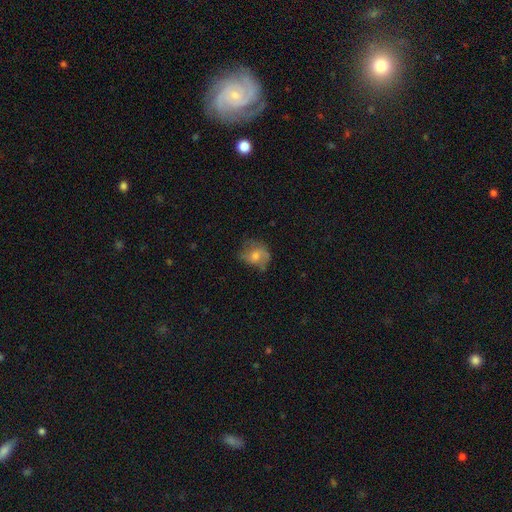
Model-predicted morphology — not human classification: A smooth galaxy with no disk features (51%) that is round (60%).

Vote fractions:
- Smooth or featured? smooth: 51% / featured or disk: 38% / star or artifact: 11%
- How rounded? round: 60% / in between: 38% / cigar-shaped: 1%
- Merging? none: 54% / minor disturbance: 28% / major disturbance: 16% / merger: 2%